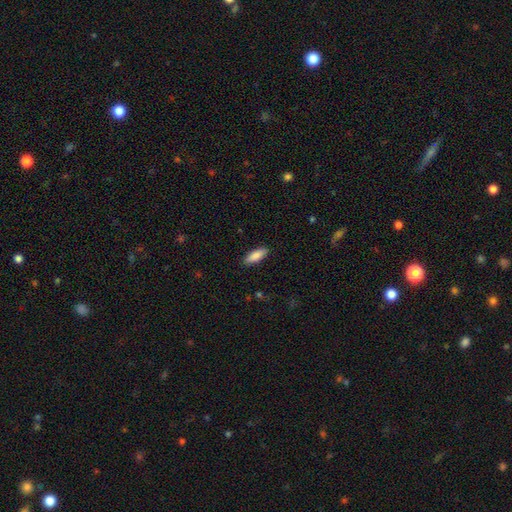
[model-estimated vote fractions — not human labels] The model was most divided on "how rounded": in between: 62%, cigar-shaped: 37%, round: 2%. More confident: merging — none (89%); smooth or featured — smooth (85%).